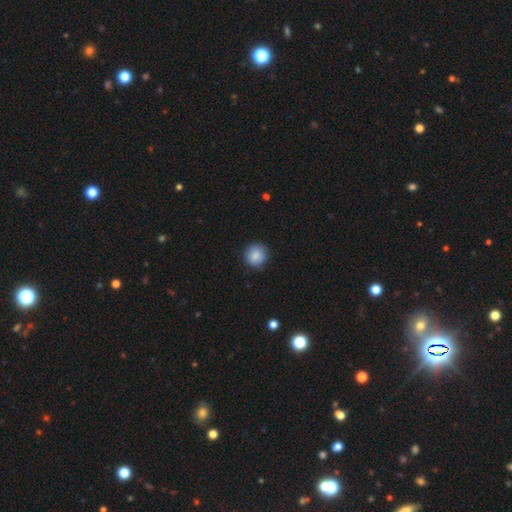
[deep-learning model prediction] Overall: smooth (86%). How rounded: round (94%). Merging: none (88%).